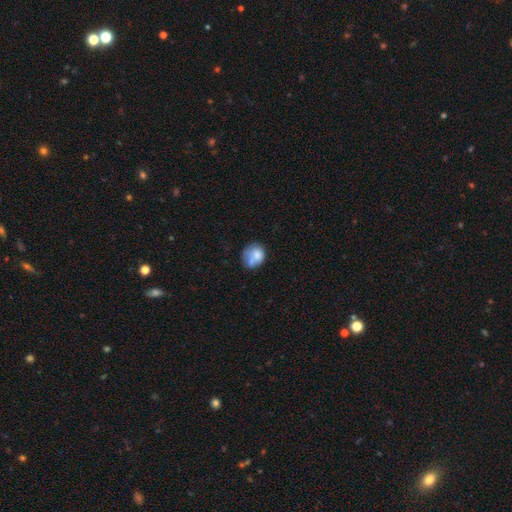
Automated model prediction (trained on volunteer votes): Smooth or featured? Predicted: smooth (p=0.68). How rounded? Predicted: round (p=0.59). Merging? Predicted: none (p=0.39).